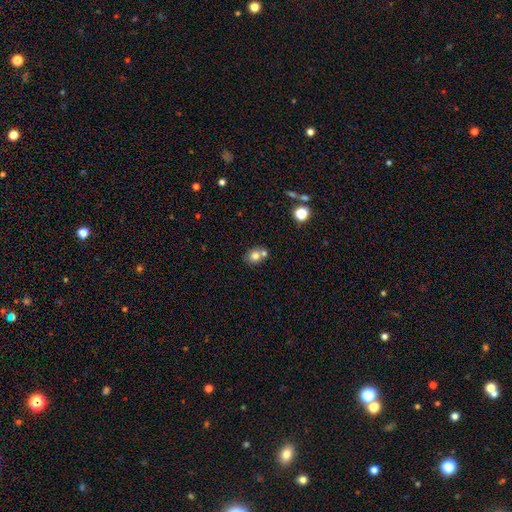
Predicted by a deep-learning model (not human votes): smooth_or_featured: smooth (p=0.76) [alt: featured or disk p=0.12]
how_rounded: round (p=0.72) [alt: in between p=0.27]
merging: none (p=0.53) [alt: merger p=0.35]